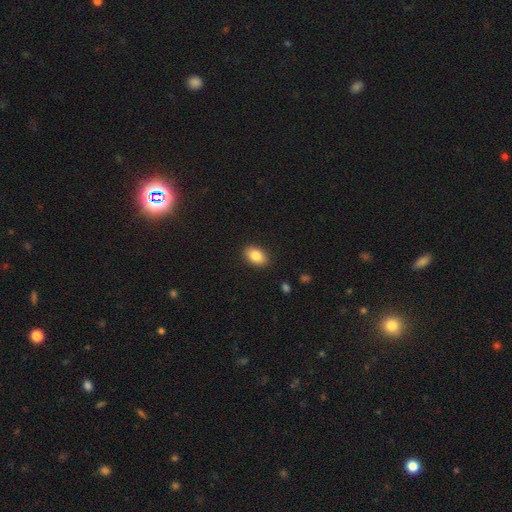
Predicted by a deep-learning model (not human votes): Smooth or featured?
  - smooth: 84% *
  - featured or disk: 9%
  - star or artifact: 8%
How rounded?
  - in between: 88% *
  - round: 11%
  - cigar-shaped: 1%
Merging?
  - none: 89% *
  - minor disturbance: 8%
  - major disturbance: 2%
  - merger: 1%